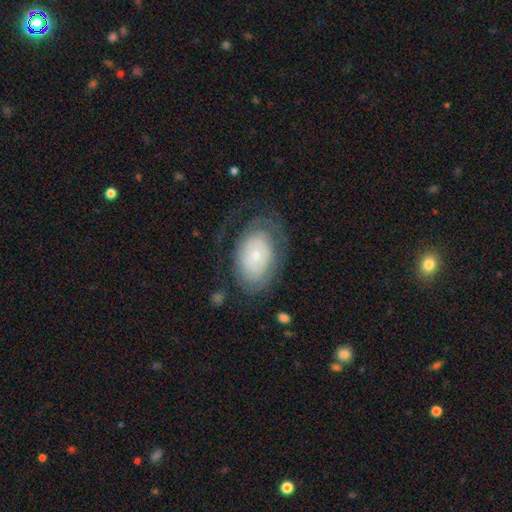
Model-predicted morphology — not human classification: Overall: featured or disk (61%; smooth 32%). Edge-on disk: no (94%). Bar: no (80%). Spiral arms: yes (70%). Bulge size: small (64%; moderate 30%). Merging: none (59%; major disturbance 20%).